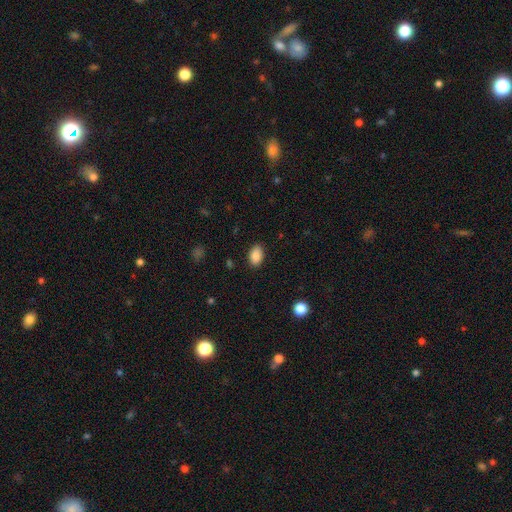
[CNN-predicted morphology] The model was most divided on "merging": none: 86%, minor disturbance: 10%, major disturbance: 2%, merger: 1%. More confident: how rounded — in between (89%); smooth or featured — smooth (88%).